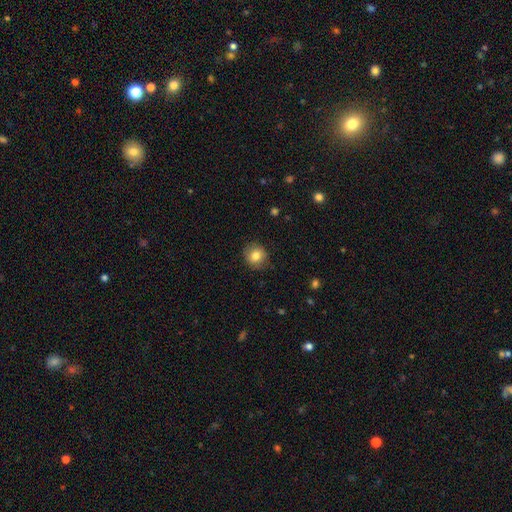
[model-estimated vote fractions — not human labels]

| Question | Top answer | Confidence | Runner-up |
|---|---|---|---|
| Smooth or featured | smooth | 81% | featured or disk (9%) |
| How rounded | round | 87% | in between (12%) |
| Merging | none | 86% | minor disturbance (10%) |